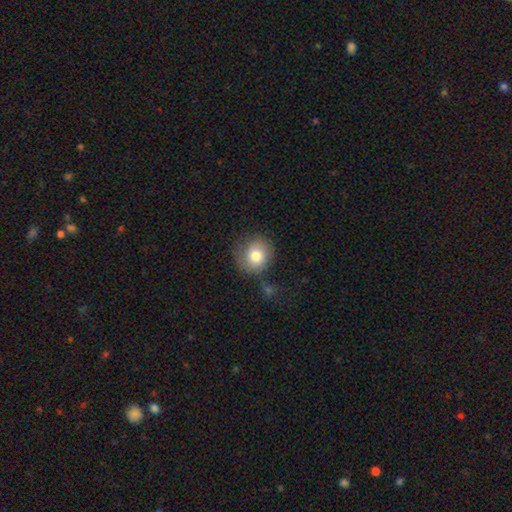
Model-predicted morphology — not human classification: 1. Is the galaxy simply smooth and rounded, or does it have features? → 80% smooth, 12% featured or disk, 9% star or artifact.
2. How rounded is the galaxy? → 87% round, 13% in between, 1% cigar-shaped.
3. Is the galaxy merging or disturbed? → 69% none, 19% minor disturbance, 7% major disturbance, 6% merger.